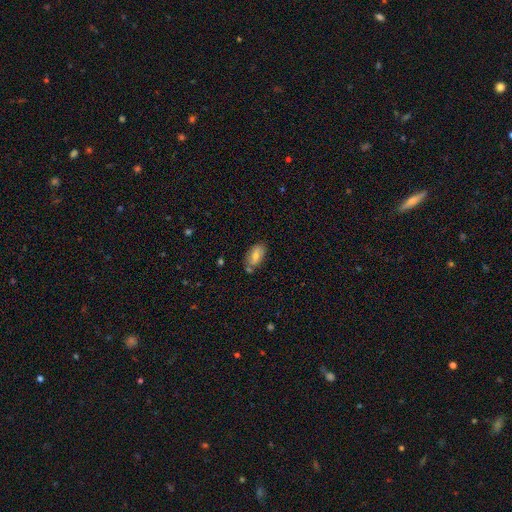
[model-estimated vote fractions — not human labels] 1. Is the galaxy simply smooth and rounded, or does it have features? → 73% smooth, 20% featured or disk, 7% star or artifact.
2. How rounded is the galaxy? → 92% in between, 5% cigar-shaped, 4% round.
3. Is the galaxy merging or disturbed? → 69% none, 17% minor disturbance, 10% merger, 4% major disturbance.